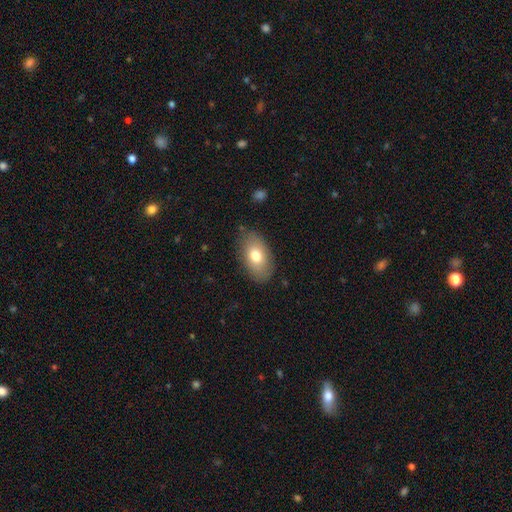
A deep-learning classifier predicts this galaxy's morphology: This is likely a smooth galaxy (74%). How rounded: clearly in between (91%). Merging: clearly none (80%).